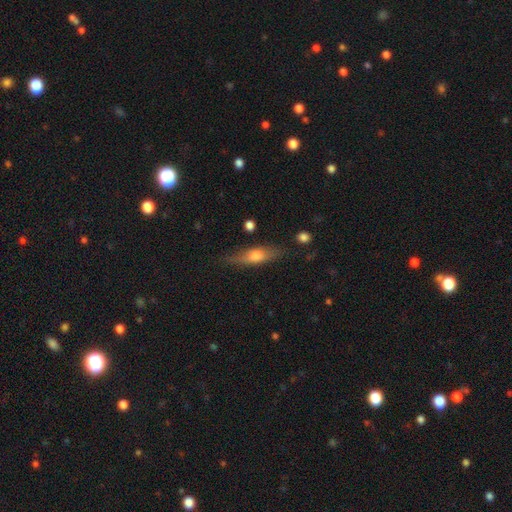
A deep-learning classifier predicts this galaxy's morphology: Overall: featured or disk (47%; smooth 45%). Merging: none (78%).